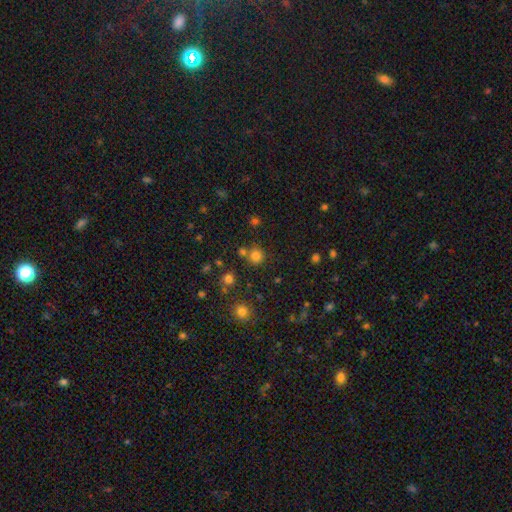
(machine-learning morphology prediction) type=smooth (77%); roundness=round (91%); merging=none (75%).